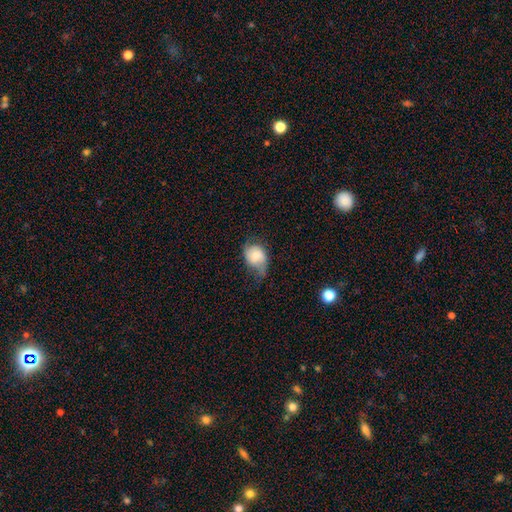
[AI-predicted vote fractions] The model was most divided on "merging": minor disturbance: 39%, none: 36%, major disturbance: 22%, merger: 2%. More confident: smooth or featured — smooth (59%); how rounded — in between (58%).